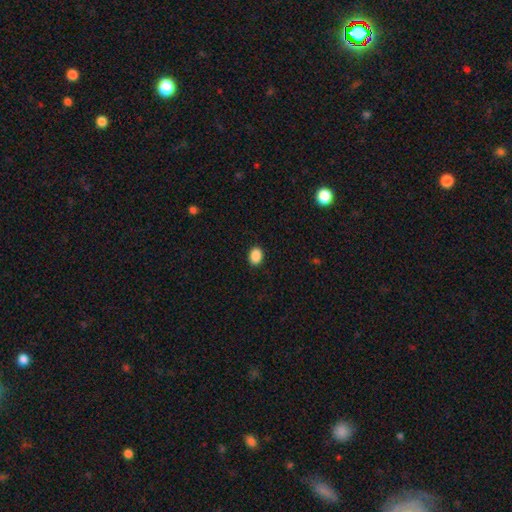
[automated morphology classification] This appears to be a smooth galaxy with no disk features (89%) that is in between round and cigar-shaped (68%). Merging: none (90%).